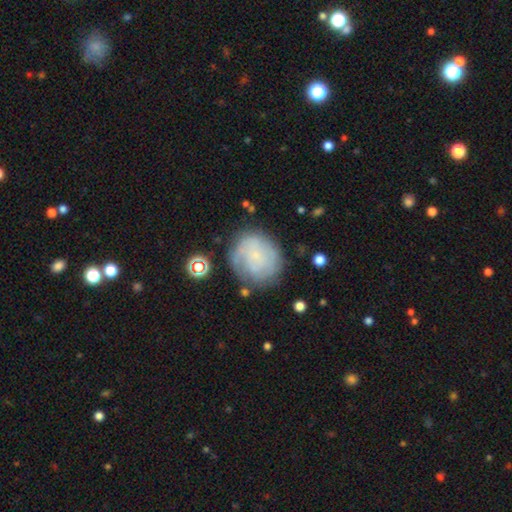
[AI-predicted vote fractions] featured or disk 57%, smooth 34%, star or artifact 9%. Down the decision tree: edge-on disk — no (98%); bar — no (76%); spiral arms — yes (82%); bulge size — small (66%); merging — none (66%).